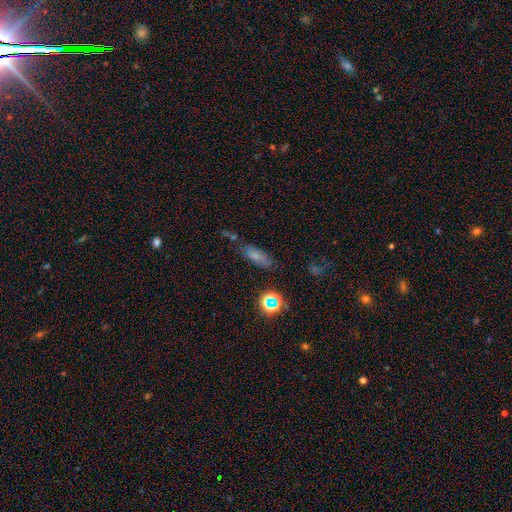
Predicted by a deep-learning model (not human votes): smooth-or-featured: smooth: 66% | star or artifact: 21% | featured or disk: 14%
  how-rounded: in between: 65% | cigar-shaped: 28% | round: 6%
  merging: none: 65% | minor disturbance: 19% | merger: 9% | major disturbance: 7%